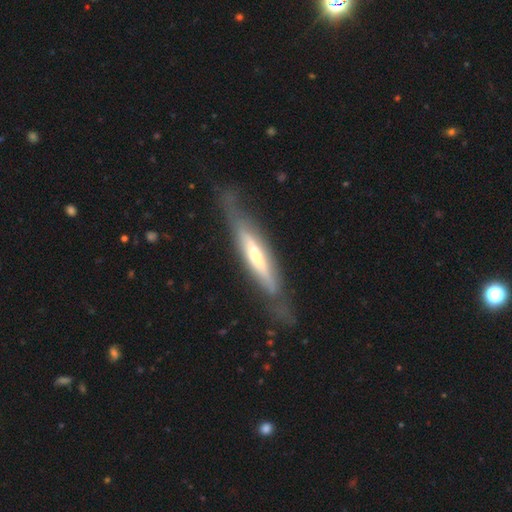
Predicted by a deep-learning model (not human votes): A featured or disk galaxy (70%) viewed edge-on (77%) with a rounded central bulge (58%). Merging: none (70%).